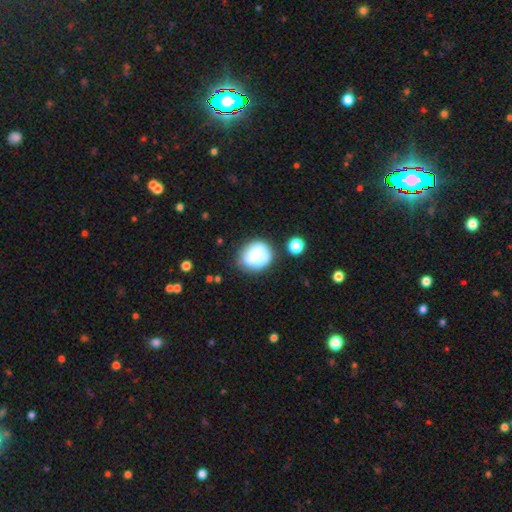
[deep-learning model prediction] Overall: smooth (72%). How rounded: round (66%; in between 33%). Merging: none (65%).